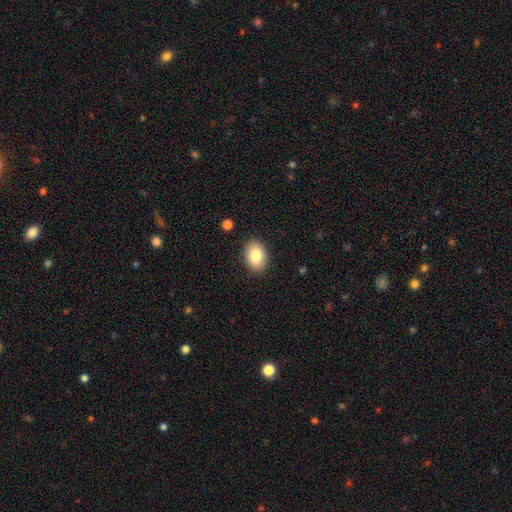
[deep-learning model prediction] smooth 84%, featured or disk 9%, star or artifact 7%. Down the decision tree: how rounded — in between (78%); merging — none (88%).